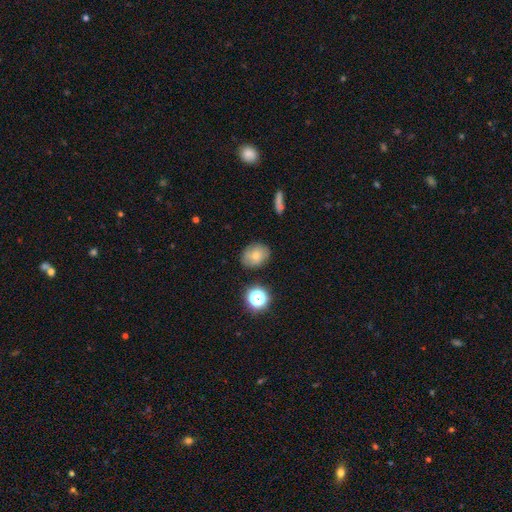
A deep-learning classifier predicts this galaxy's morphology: A smooth galaxy with no disk features (62%) that is round (51%). Merging: none (76%).